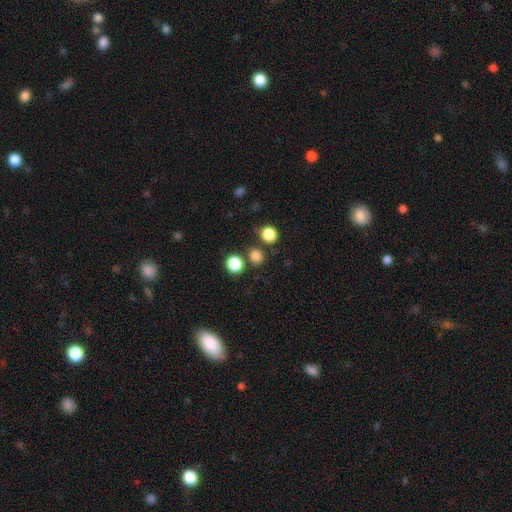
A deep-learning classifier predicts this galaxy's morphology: Smooth or featured?
  - smooth: 80% *
  - star or artifact: 16%
  - featured or disk: 4%
How rounded?
  - round: 86% *
  - in between: 13%
  - cigar-shaped: 1%
Merging?
  - none: 78% *
  - merger: 12%
  - minor disturbance: 7%
  - major disturbance: 3%